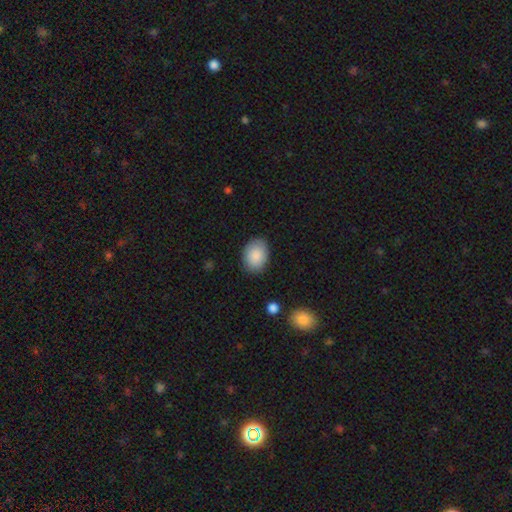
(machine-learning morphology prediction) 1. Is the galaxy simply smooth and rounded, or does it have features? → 88% smooth, 6% star or artifact, 6% featured or disk.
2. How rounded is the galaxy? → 78% in between, 21% round, 1% cigar-shaped.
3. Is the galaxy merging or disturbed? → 86% none, 11% minor disturbance, 2% major disturbance, 1% merger.